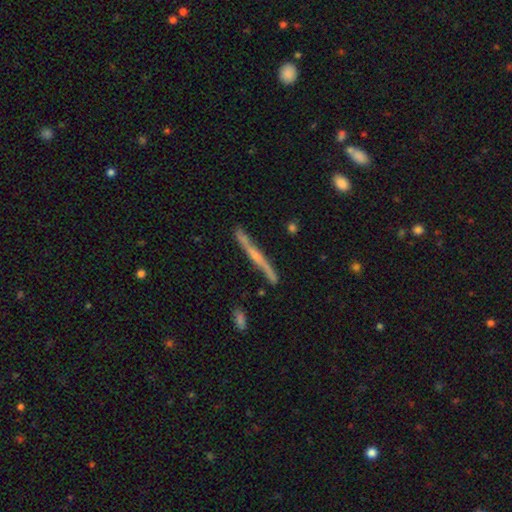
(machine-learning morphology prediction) smooth-or-featured: featured or disk: 74% | smooth: 20% | star or artifact: 6%
  disk-edge-on: yes: 93% | no: 7%
    edge-on-bulge: rounded: 63% | none: 31% | boxy: 6%
  merging: none: 79% | minor disturbance: 16% | major disturbance: 3% | merger: 3%